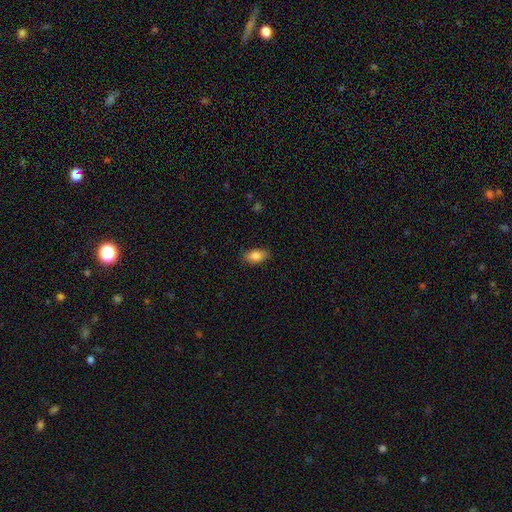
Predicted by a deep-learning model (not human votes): smooth 84%, featured or disk 8%, star or artifact 8%. Down the decision tree: how rounded — in between (90%); merging — none (83%).